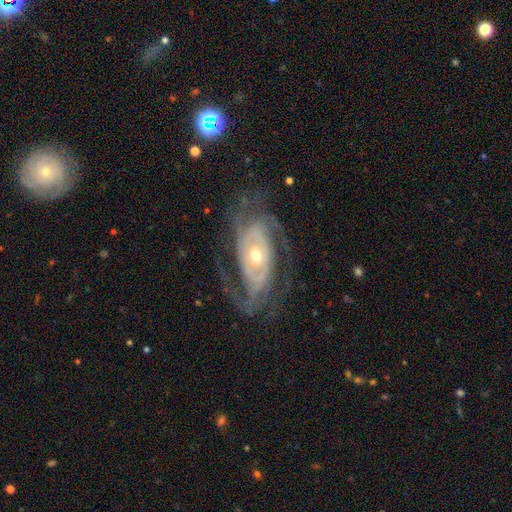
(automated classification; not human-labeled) Smooth or featured: featured or disk — 90% (smooth — 5%)
Edge-on disk: no — 95% (yes — 5%)
Bar: no — 55% (weak — 28%)
Spiral arms: yes — 95% (no — 5%)
Spiral winding: tight — 49% (medium — 39%)
Spiral arm count: 2 — 44% (3 — 20%)
Bulge size: moderate — 62% (small — 32%)
Merging: none — 70% (minor disturbance — 16%)